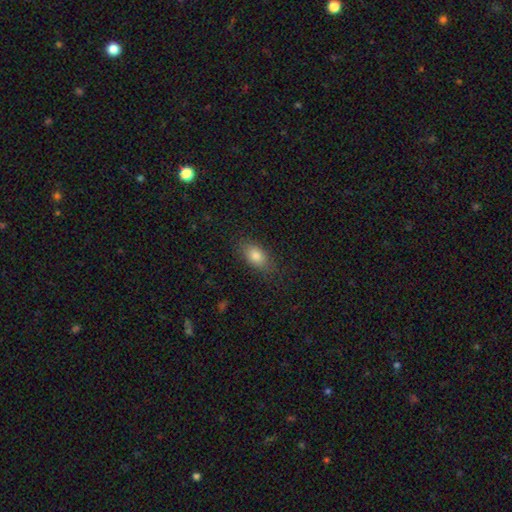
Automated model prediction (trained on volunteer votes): Q: Smooth or featured?
A: smooth (82%); runner-up: featured or disk (9%)
Q: How rounded?
A: in between (87%); runner-up: round (9%)
Q: Merging?
A: none (82%); runner-up: minor disturbance (13%)